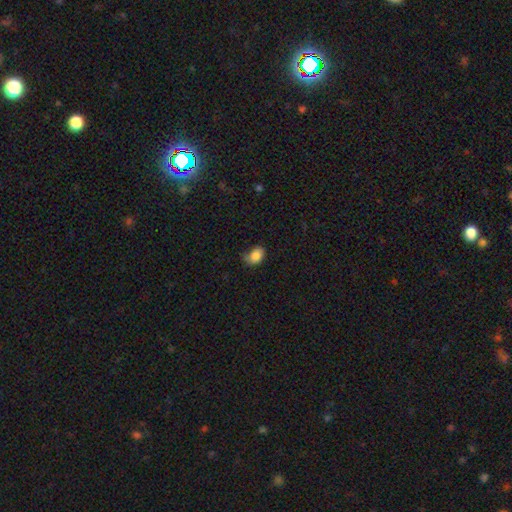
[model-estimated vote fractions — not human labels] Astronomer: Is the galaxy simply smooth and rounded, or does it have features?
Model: smooth — 85%.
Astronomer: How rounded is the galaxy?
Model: in between — 74%.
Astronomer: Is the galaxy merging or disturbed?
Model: none — 48% (runner-up: minor disturbance, 37%).